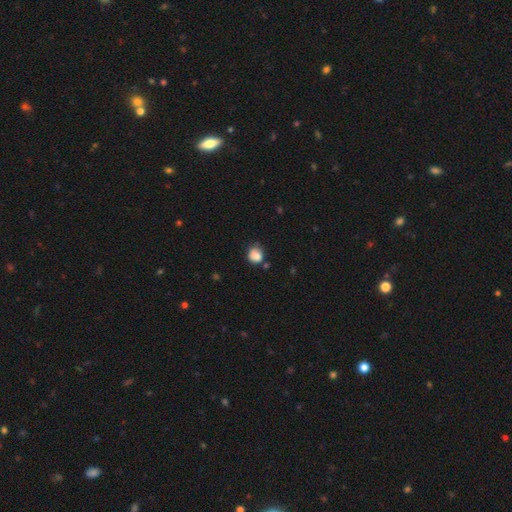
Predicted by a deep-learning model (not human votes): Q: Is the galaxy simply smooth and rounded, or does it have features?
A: smooth — 83%.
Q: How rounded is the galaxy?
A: round — 76%.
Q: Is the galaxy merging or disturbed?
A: none — 58%.